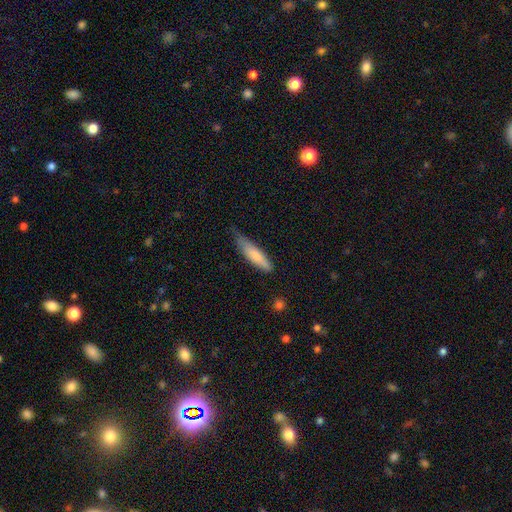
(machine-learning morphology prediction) This is likely a smooth galaxy (77%). How rounded: likely cigar-shaped (75%). Merging: possibly none (51%).